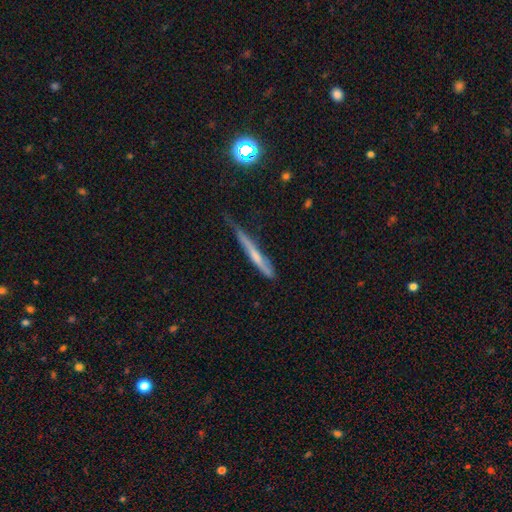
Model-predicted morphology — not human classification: Smooth or featured: smooth — 48% (featured or disk — 45%)
Merging: none — 49% (minor disturbance — 36%)